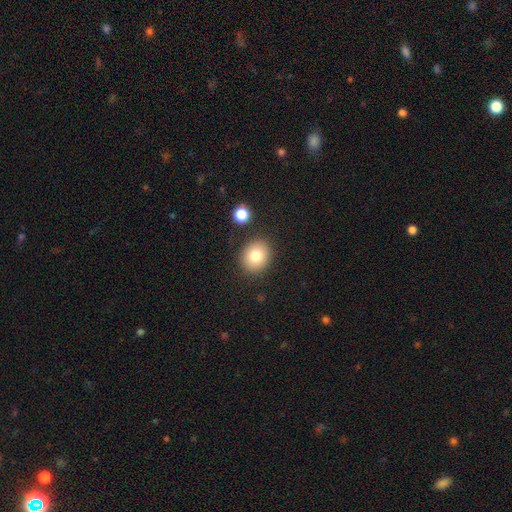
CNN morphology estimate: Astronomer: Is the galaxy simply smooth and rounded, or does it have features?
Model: smooth — 78%.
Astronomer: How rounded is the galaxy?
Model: round — 76%.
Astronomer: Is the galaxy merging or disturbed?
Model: none — 85%.